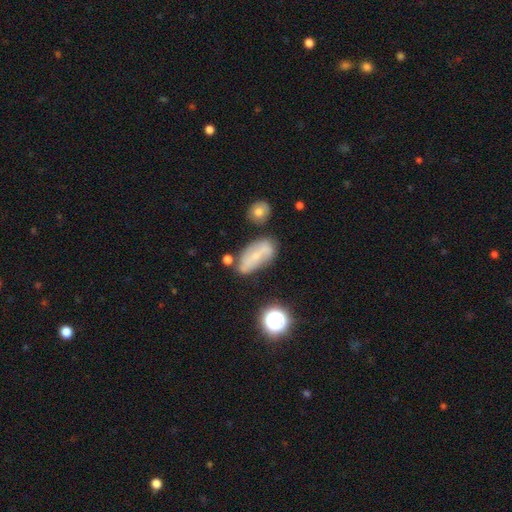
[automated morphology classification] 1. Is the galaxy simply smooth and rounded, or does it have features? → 45% featured or disk, 43% smooth, 12% star or artifact.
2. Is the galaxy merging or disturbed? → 54% none, 24% minor disturbance, 12% merger, 10% major disturbance.